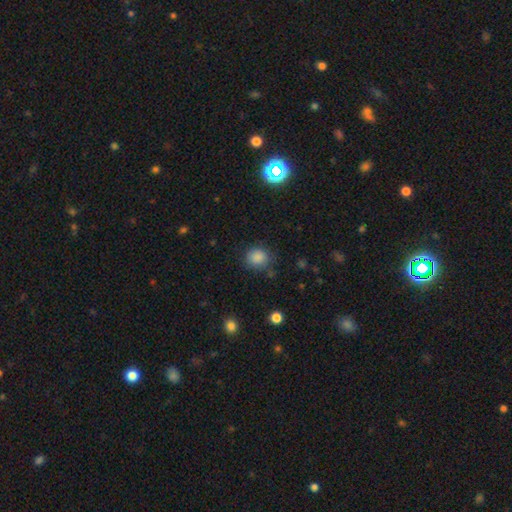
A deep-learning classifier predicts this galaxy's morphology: This appears to be a smooth galaxy with no disk features (80%) that is round (78%). Merging: none (82%).